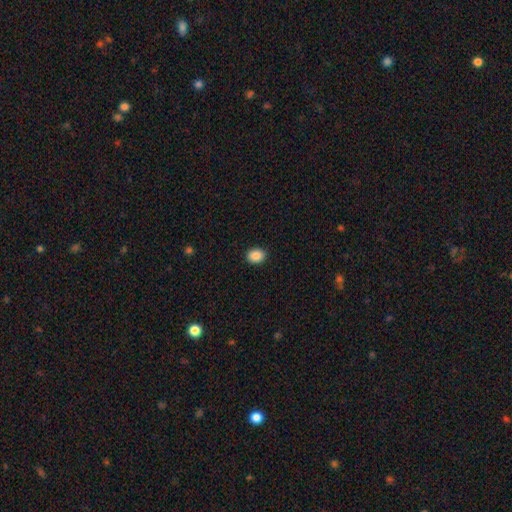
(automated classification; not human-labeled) Q: Smooth or featured?
A: smooth (89%); runner-up: star or artifact (8%)
Q: How rounded?
A: in between (55%); runner-up: round (44%)
Q: Merging?
A: none (90%); runner-up: minor disturbance (7%)